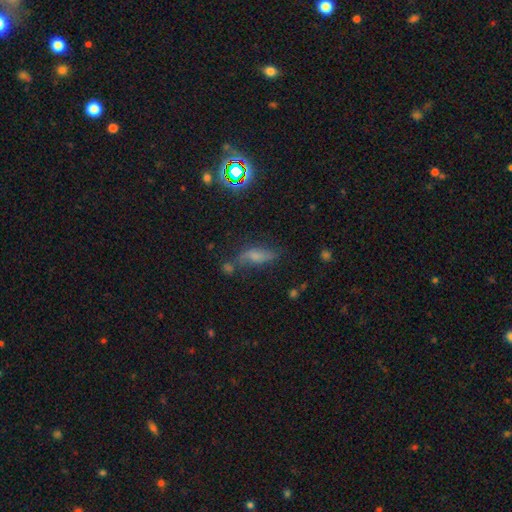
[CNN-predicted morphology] A smooth galaxy with no disk features (44%).

Vote fractions:
- Smooth or featured? smooth: 44% / star or artifact: 28% / featured or disk: 28%
- Merging? none: 54% / minor disturbance: 22% / merger: 12% / major disturbance: 12%